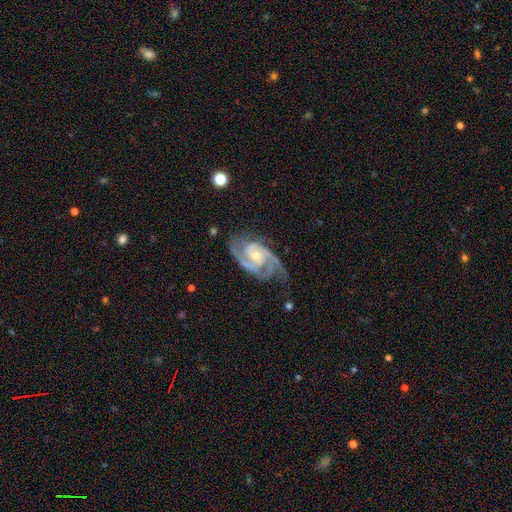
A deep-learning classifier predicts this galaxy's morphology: Smooth or featured?
  - featured or disk: 93% *
  - star or artifact: 4%
  - smooth: 3%
Edge-on disk?
  - no: 98% *
  - yes: 2%
Bar?
  - no: 58% *
  - weak: 31%
  - strong: 11%
Spiral arms?
  - yes: 99% *
  - no: 1%
Spiral winding?
  - medium: 47% * (tied)
  - tight: 47% * (tied)
  - loose: 6%
Spiral arm count?
  - 2: 42% *
  - 3: 41%
  - 4: 6%
  - can't tell: 5%
  - 1: 3%
  - more than 4: 3%
Bulge size?
  - small: 60% *
  - moderate: 36%
  - none: 2%
  - large: 1%
  - dominant: 1%
Merging?
  - none: 66% *
  - minor disturbance: 22%
  - major disturbance: 10%
  - merger: 2%